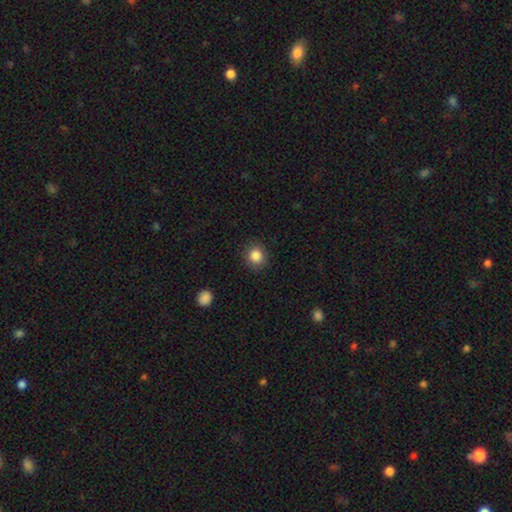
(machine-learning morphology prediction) Smooth or featured? Predicted: smooth (p=0.86). How rounded? Predicted: round (p=0.82). Merging? Predicted: none (p=0.88).